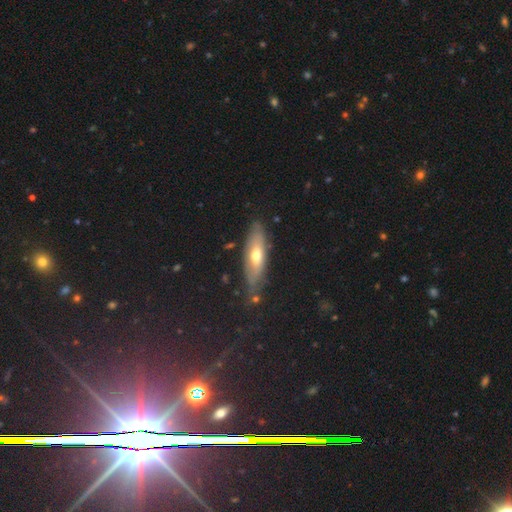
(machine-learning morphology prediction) smooth-or-featured: smooth: 50% | featured or disk: 43% | star or artifact: 7%
  merging: none: 76% | minor disturbance: 17% | major disturbance: 4% | merger: 3%